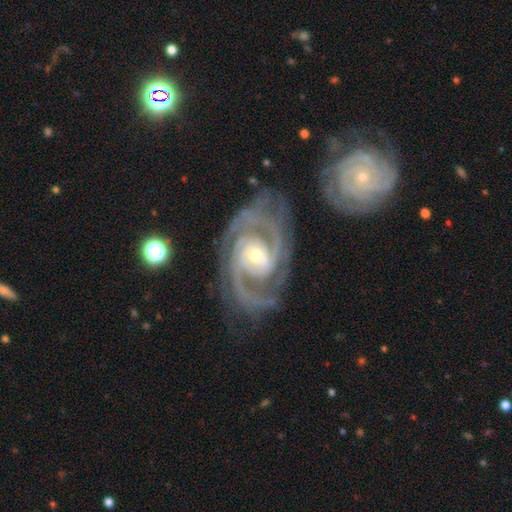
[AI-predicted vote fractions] Smooth or featured? Predicted: featured or disk (p=0.93). Edge-on disk? Predicted: no (p=0.97). Bar? Predicted: no (p=0.42). Spiral arms? Predicted: yes (p=0.98). Spiral winding? Predicted: tight (p=0.56). Spiral arm count? Predicted: 2 (p=0.58). Bulge size? Predicted: moderate (p=0.53). Merging? Predicted: none (p=0.72).